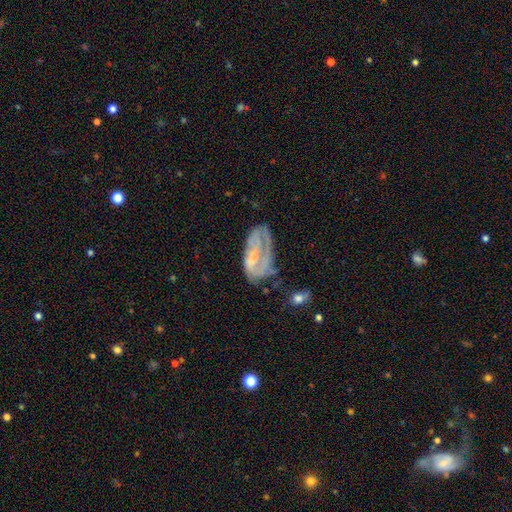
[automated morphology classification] This is likely a featured or disk galaxy (62%). It is clearly not viewed edge-on (92%). Bar: possibly no (53%). Spiral arm pattern: likely yes (65%). Central bulge: marginally none (43%). Merging: marginally none (43%).